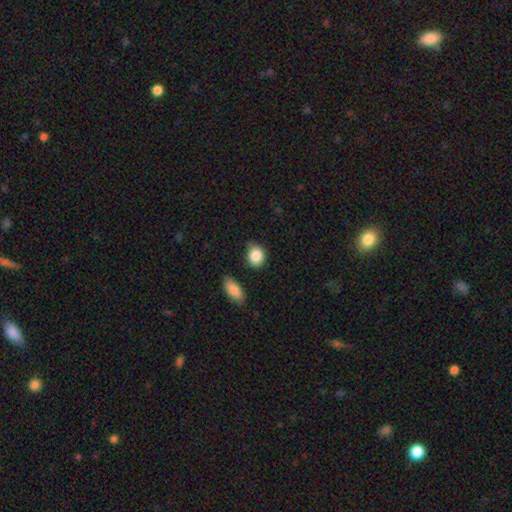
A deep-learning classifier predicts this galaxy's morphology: type=smooth (85%); roundness=round (59%); merging=none (68%).